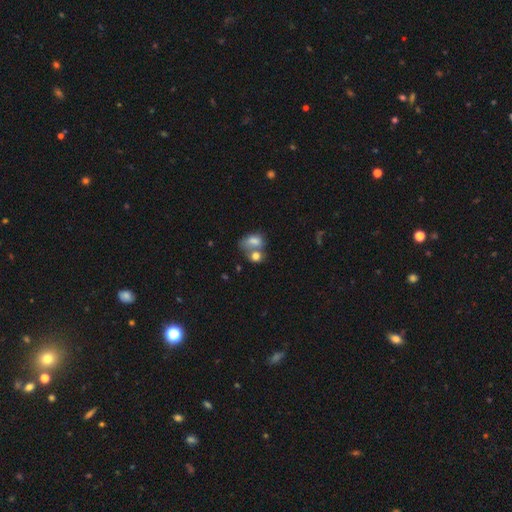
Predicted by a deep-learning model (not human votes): Smooth or featured?
  - smooth: 74% *
  - featured or disk: 15%
  - star or artifact: 11%
How rounded?
  - in between: 57% *
  - round: 41%
  - cigar-shaped: 2%
Merging?
  - merger: 56% *
  - none: 26%
  - minor disturbance: 10%
  - major disturbance: 7%